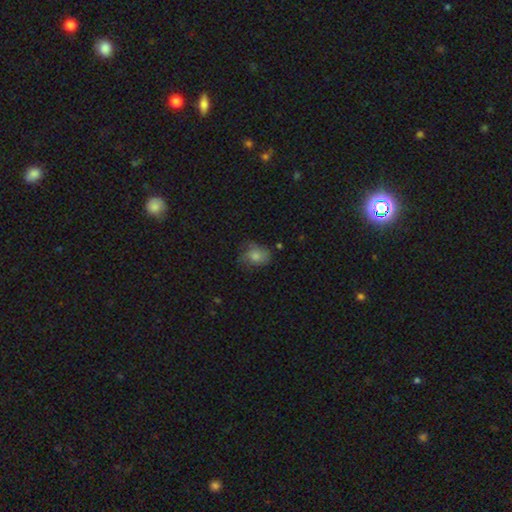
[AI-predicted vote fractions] The model was most divided on "how rounded": in between: 55%, round: 44%, cigar-shaped: 1%. More confident: smooth or featured — smooth (63%); merging — none (57%).